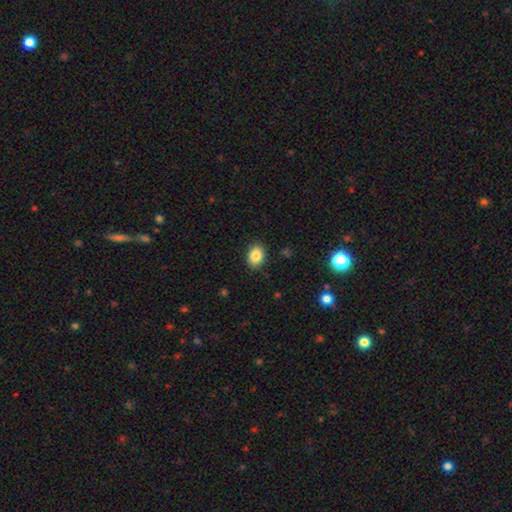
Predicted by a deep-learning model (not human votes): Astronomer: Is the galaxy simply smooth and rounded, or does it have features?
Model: smooth — 86%.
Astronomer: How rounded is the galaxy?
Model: in between — 69%.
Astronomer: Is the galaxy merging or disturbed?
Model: none — 89%.